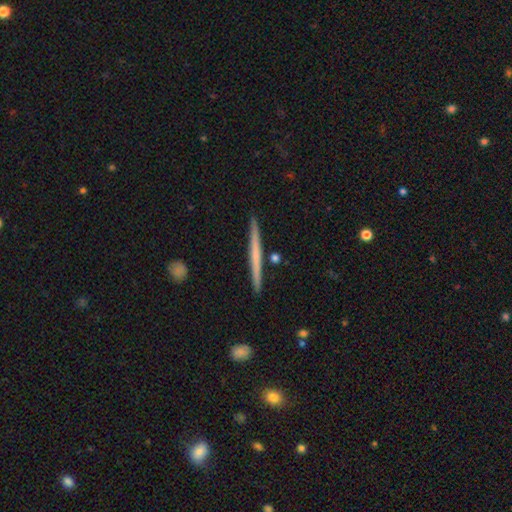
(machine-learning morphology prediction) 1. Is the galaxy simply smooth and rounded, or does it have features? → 51% featured or disk, 44% smooth, 6% star or artifact.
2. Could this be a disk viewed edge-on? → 98% yes, 2% no.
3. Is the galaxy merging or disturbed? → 91% none, 6% minor disturbance, 2% merger, 1% major disturbance.